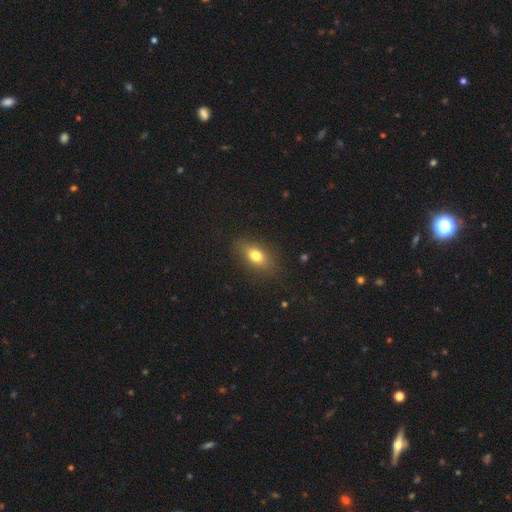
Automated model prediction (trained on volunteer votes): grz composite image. It shows a smooth galaxy with no disk features (76%) that is in between round and cigar-shaped (80%). Merging: none (82%).